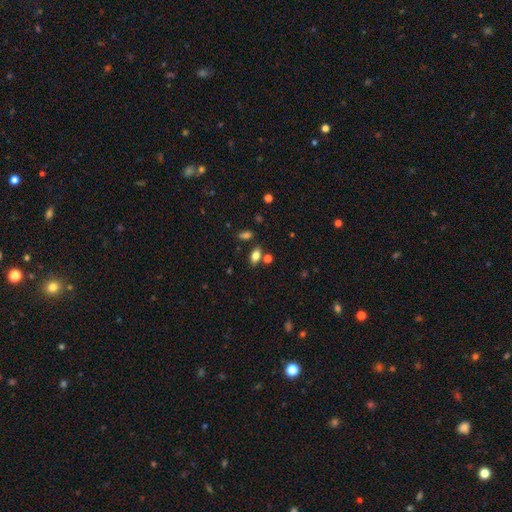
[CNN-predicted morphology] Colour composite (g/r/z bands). It shows a smooth galaxy with no disk features (78%) that is in between round and cigar-shaped (88%). Merging: none (75%).